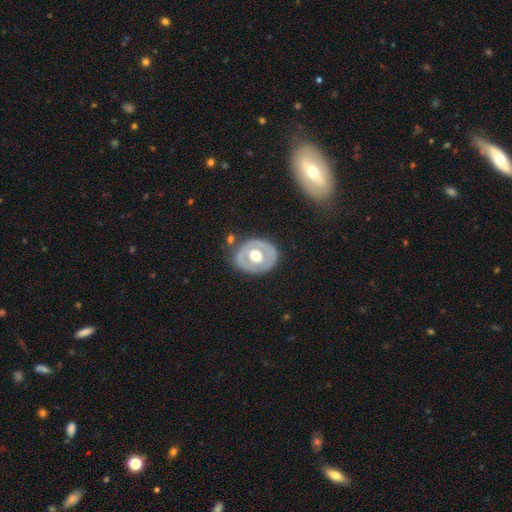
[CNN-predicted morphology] featured or disk 54%, smooth 41%, star or artifact 5%. Down the decision tree: edge-on disk — no (93%); merging — none (78%).